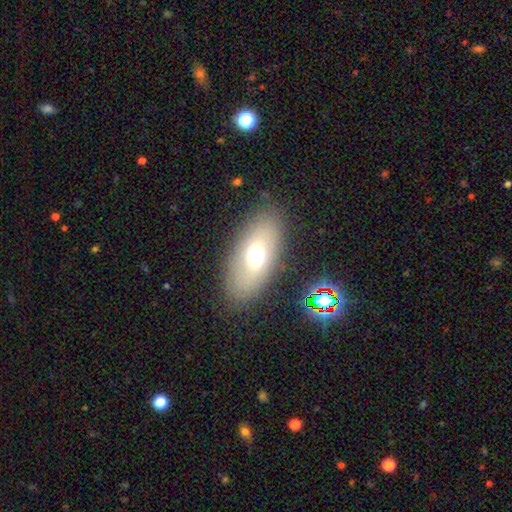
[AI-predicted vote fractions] Smooth or featured?
  - smooth: 61% *
  - featured or disk: 28%
  - star or artifact: 12%
How rounded?
  - in between: 87% *
  - cigar-shaped: 7%
  - round: 6%
Merging?
  - none: 84% *
  - minor disturbance: 10%
  - major disturbance: 4%
  - merger: 2%